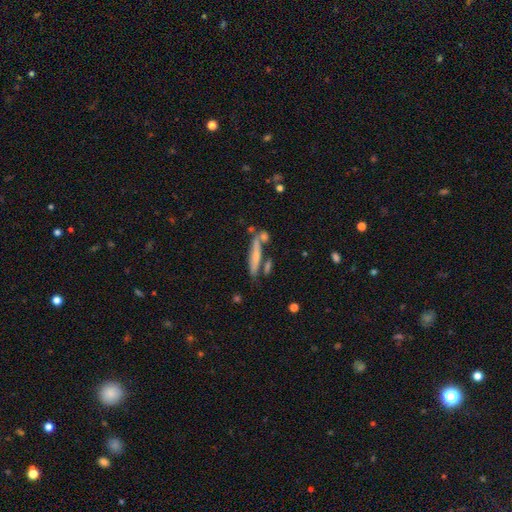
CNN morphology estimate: A smooth galaxy with no disk features (49%). Merging: none (63%).